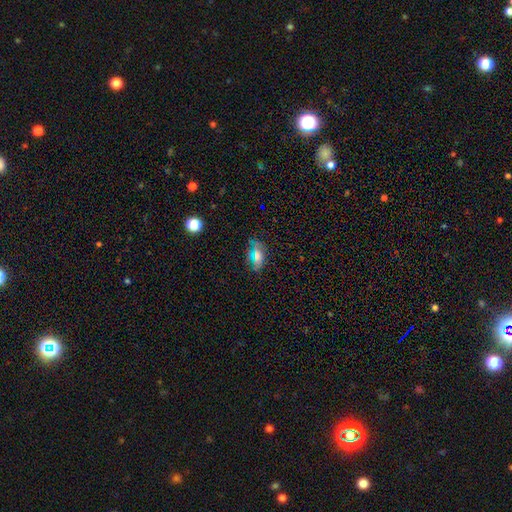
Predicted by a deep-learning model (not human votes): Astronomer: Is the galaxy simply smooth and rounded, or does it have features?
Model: smooth — 61%.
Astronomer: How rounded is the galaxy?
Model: in between — 82%.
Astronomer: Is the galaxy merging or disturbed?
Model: none — 77%.